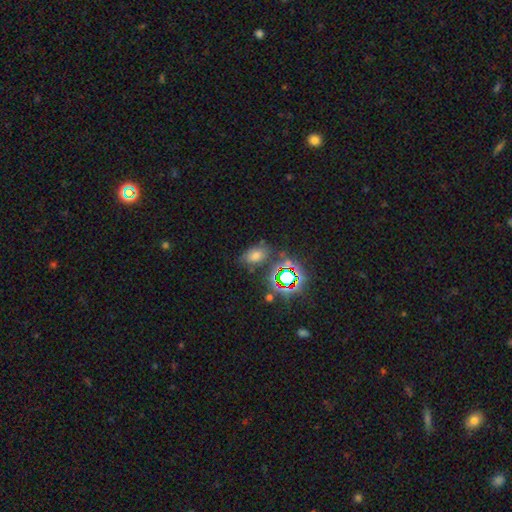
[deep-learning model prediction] A smooth galaxy with no disk features (52%) that is in between round and cigar-shaped (81%). Merging: none (70%).